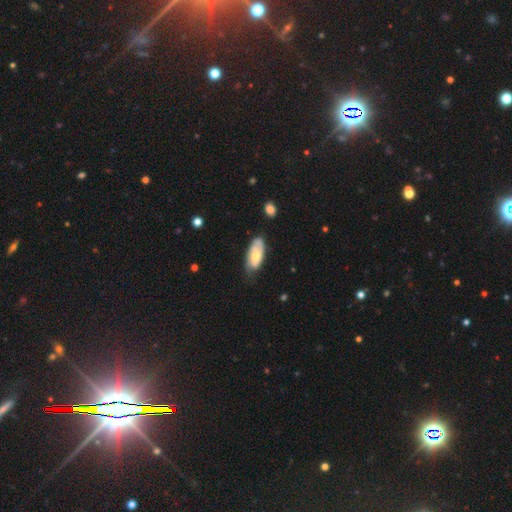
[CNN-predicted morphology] Smooth or featured: smooth — 51% (featured or disk — 43%)
How rounded: in between — 86% (cigar-shaped — 12%)
Merging: none — 60% (minor disturbance — 30%)